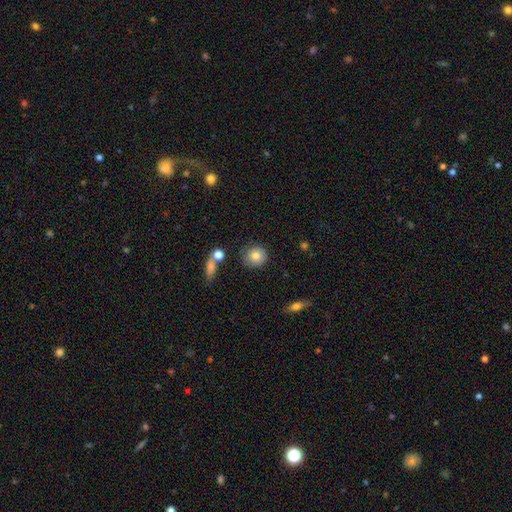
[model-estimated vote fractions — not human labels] This appears to be a smooth galaxy with no disk features (80%) that is round (90%). Merging: none (81%).